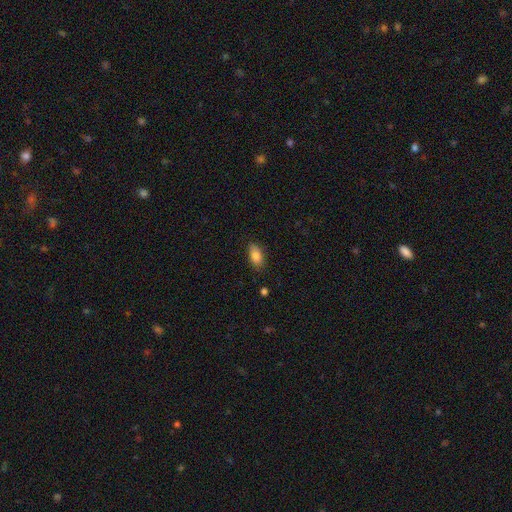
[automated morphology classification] Smooth or featured: smooth — 85% (star or artifact — 8%)
How rounded: in between — 90% (cigar-shaped — 6%)
Merging: none — 80% (minor disturbance — 16%)